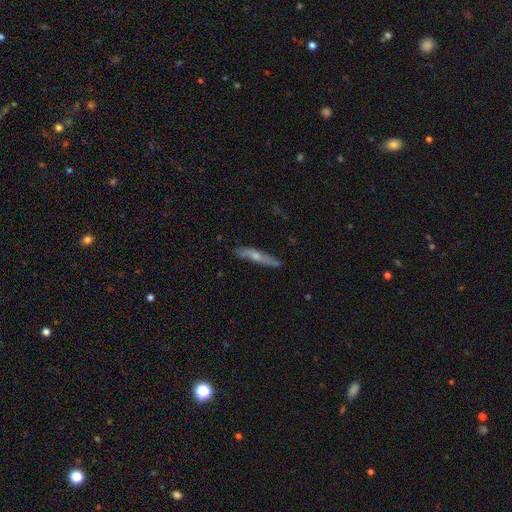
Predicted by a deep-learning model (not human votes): Smooth or featured?
  - featured or disk: 59% *
  - smooth: 34%
  - star or artifact: 7%
Edge-on disk?
  - yes: 79% *
  - no: 21%
Merging?
  - none: 80% *
  - minor disturbance: 15%
  - major disturbance: 3%
  - merger: 2%